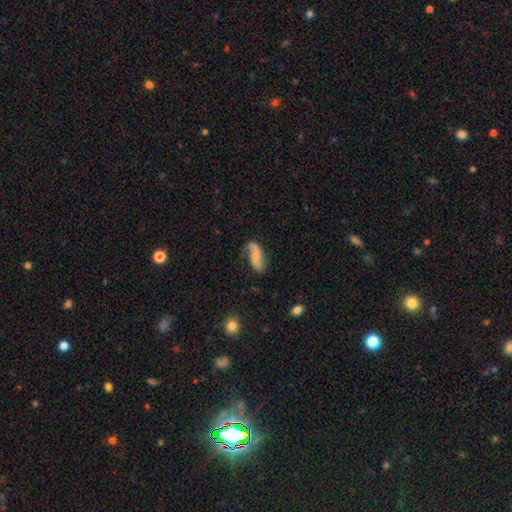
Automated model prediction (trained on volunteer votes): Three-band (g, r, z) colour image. It shows a featured or disk galaxy (63%) with no bar (56%), 2 (81%) loose (66%) spiral arms (91%) and a small central bulge (52%). Merging: none (63%).